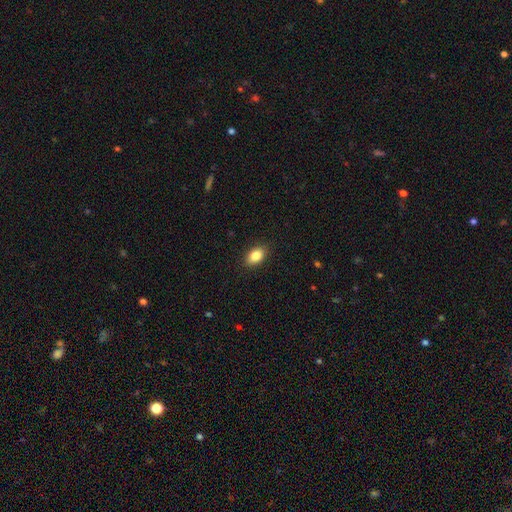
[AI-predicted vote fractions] smooth_or_featured: smooth (p=0.87) [alt: star or artifact p=0.08]
how_rounded: in between (p=0.85) [alt: round p=0.13]
merging: none (p=0.88) [alt: minor disturbance p=0.09]